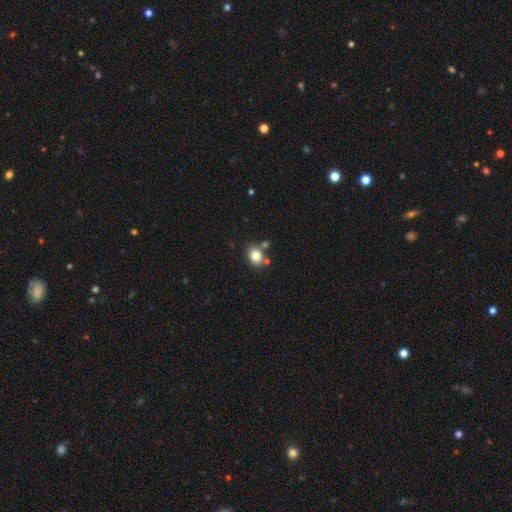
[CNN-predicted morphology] Smooth or featured?
  - smooth: 80% *
  - star or artifact: 10%
  - featured or disk: 9%
How rounded?
  - in between: 53% *
  - round: 47%
  - cigar-shaped: 1%
Merging?
  - none: 70% *
  - merger: 14%
  - minor disturbance: 12%
  - major disturbance: 3%